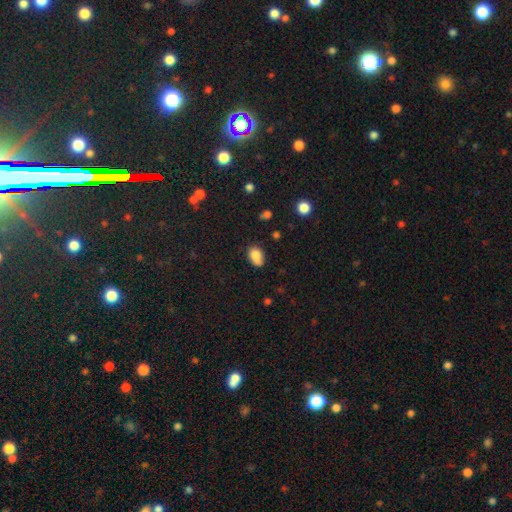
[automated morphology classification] Q: Smooth or featured?
A: smooth (80%); runner-up: star or artifact (10%)
Q: How rounded?
A: in between (75%); runner-up: round (23%)
Q: Merging?
A: none (49%); runner-up: minor disturbance (28%)